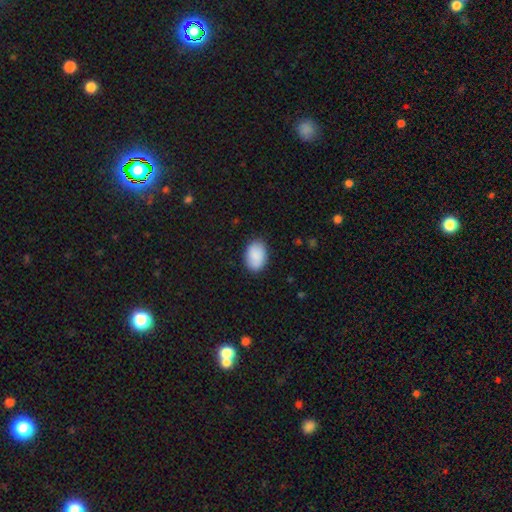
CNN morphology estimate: The model was most divided on "how rounded": in between: 85%, round: 14%, cigar-shaped: 1%. More confident: smooth or featured — smooth (88%); merging — none (84%).